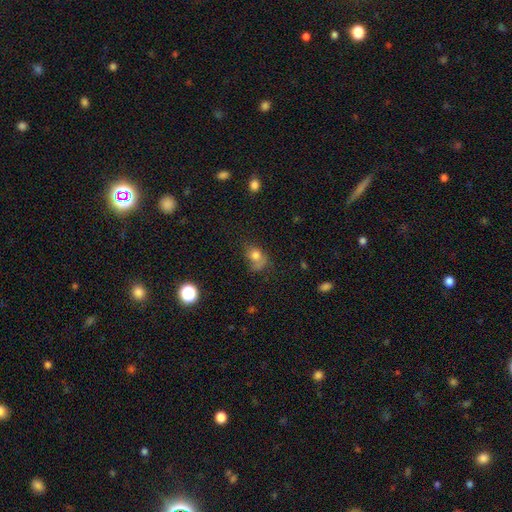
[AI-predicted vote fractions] Morphology: type=smooth (74%); roundness=in between (52%); merging=none (36%).